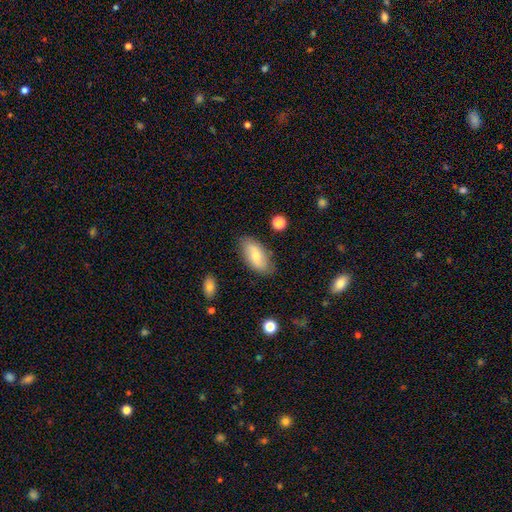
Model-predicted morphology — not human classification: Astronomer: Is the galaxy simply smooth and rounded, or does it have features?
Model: smooth — 65%.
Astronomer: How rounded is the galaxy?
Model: in between — 90%.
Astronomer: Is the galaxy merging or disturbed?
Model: none — 81%.